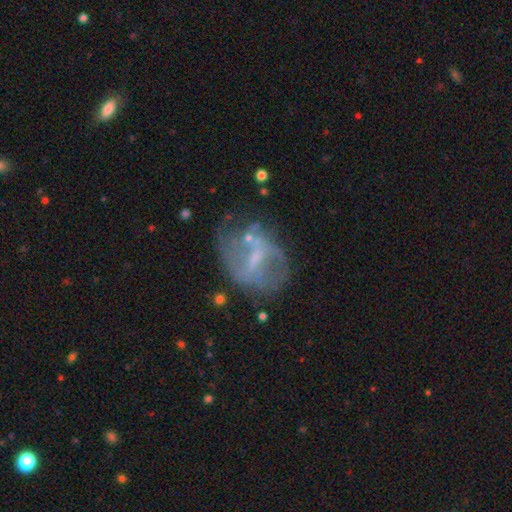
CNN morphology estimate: type=featured or disk (69%); edge-on=no (96%); bar=weak (48%); spiral arms=yes (57%); bulge=small (44%); merging=none (49%).